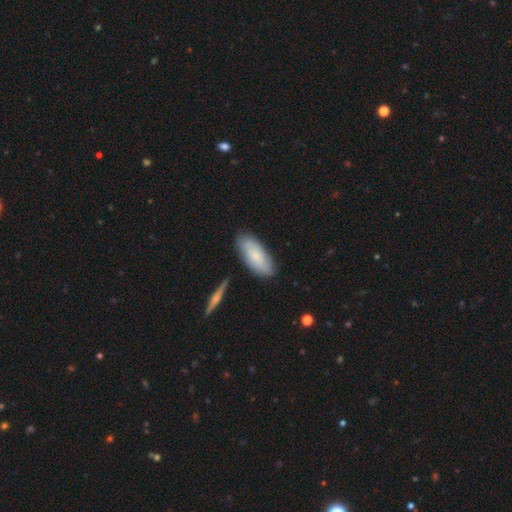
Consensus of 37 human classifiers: This appears to be a smooth galaxy with no disk features (65%) that is in between round and cigar-shaped (75%). Merging: none (83%).